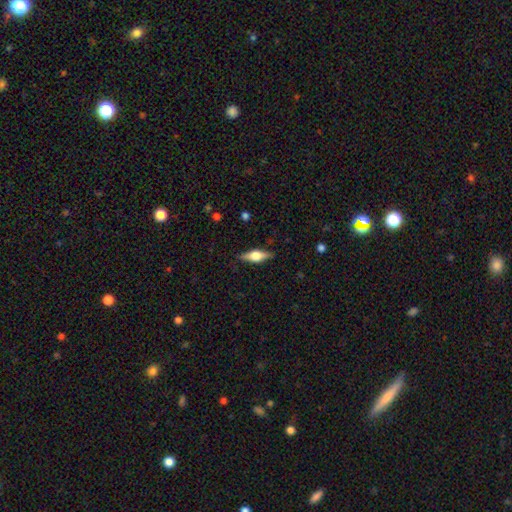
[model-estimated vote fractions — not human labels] This is likely a featured or disk galaxy (61%). It is clearly viewed edge-on (95%). Edge-on bulge: clearly rounded (90%). Merging: clearly none (86%).